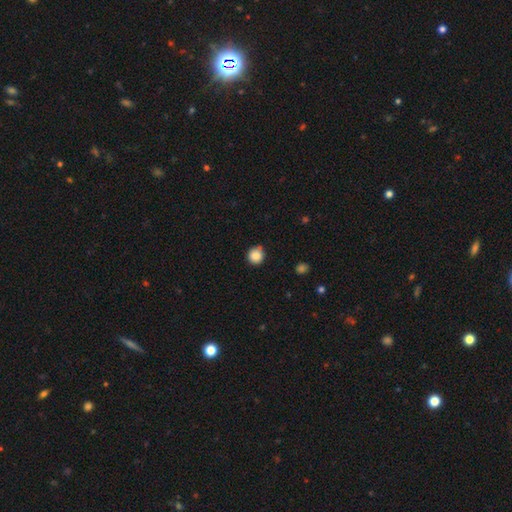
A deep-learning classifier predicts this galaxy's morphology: This is clearly a smooth galaxy (86%). How rounded: clearly round (91%). Merging: likely none (76%).